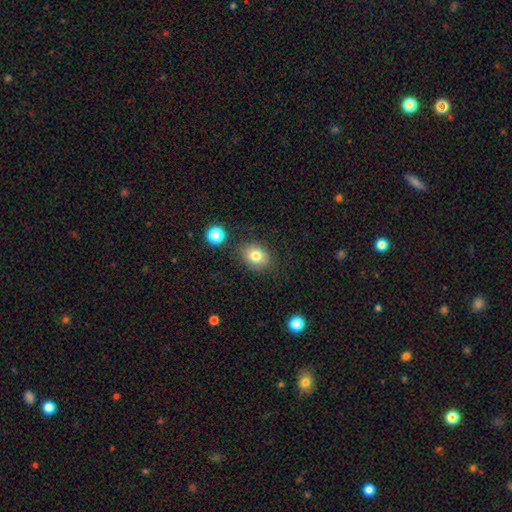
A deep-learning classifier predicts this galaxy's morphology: A smooth galaxy with no disk features (80%) that is in between round and cigar-shaped (54%).

Vote fractions:
- Smooth or featured? smooth: 80% / star or artifact: 11% / featured or disk: 9%
- How rounded? in between: 54% / round: 45% / cigar-shaped: 1%
- Merging? none: 83% / minor disturbance: 11% / major disturbance: 3% / merger: 3%